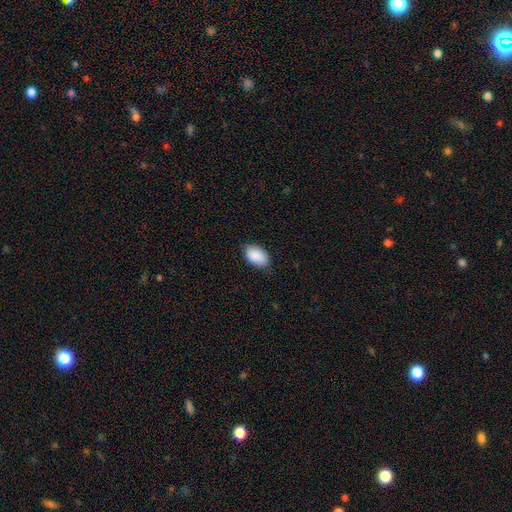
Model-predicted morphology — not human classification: Smooth or featured? smooth (90%)
How rounded? in between (92%)
Merging? none (78%)